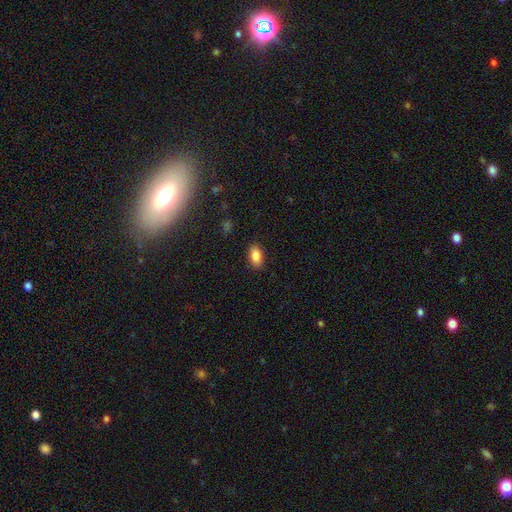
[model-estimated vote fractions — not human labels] Smooth or featured? Predicted: smooth (p=0.87). How rounded? Predicted: in between (p=0.92). Merging? Predicted: none (p=0.88).